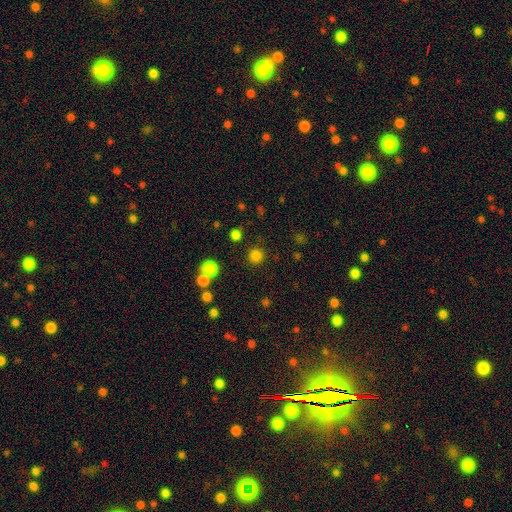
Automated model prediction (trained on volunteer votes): smooth 81%, star or artifact 15%, featured or disk 4%. Down the decision tree: how rounded — round (94%); merging — none (87%).